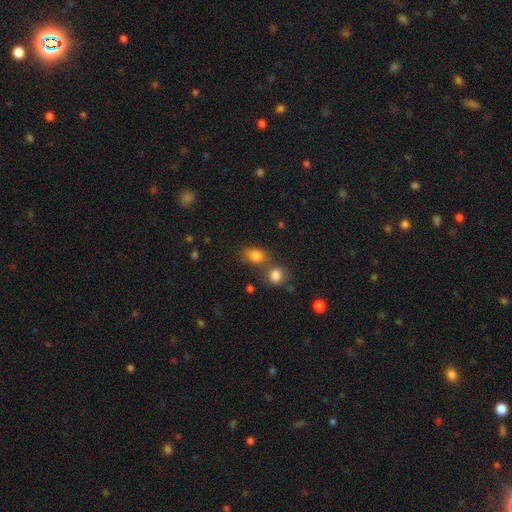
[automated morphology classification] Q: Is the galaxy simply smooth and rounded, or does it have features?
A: smooth — 81%.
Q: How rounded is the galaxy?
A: in between — 66%.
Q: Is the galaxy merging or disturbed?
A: none — 54%.